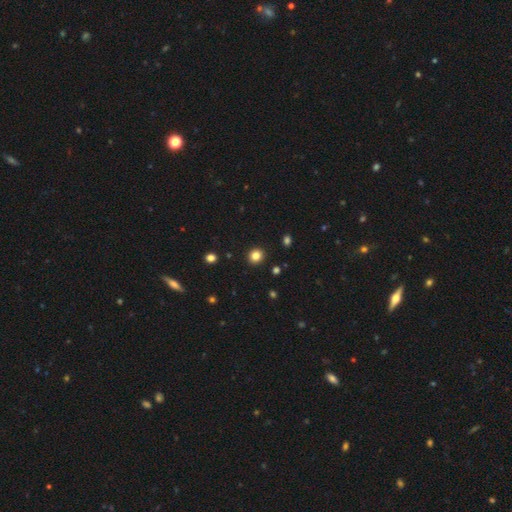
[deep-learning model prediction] This appears to be a smooth galaxy with no disk features (83%) that is round (86%). Merging: none (92%).